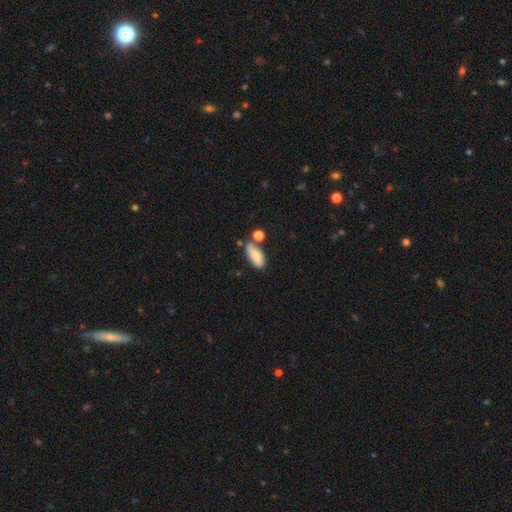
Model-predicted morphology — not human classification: type=smooth (78%); roundness=in between (84%); merging=none (66%).